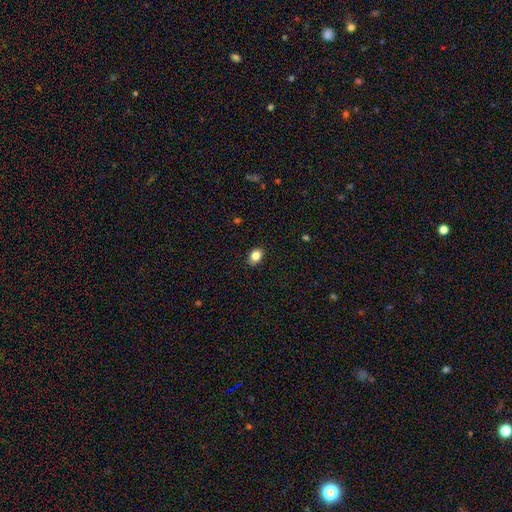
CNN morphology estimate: type=smooth (84%); roundness=in between (70%); merging=none (87%).